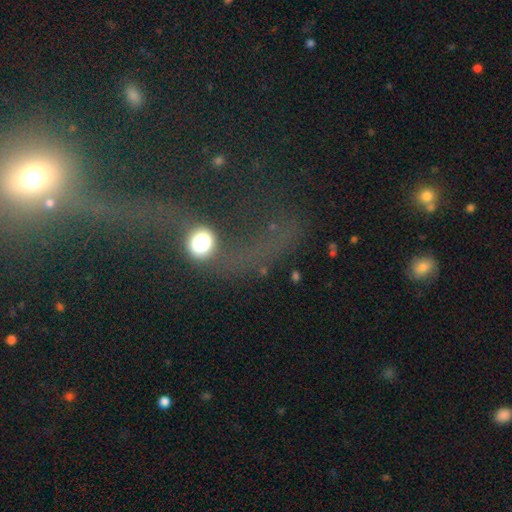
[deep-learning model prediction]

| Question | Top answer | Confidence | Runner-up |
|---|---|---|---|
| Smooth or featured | featured or disk | 43% | smooth (28%) |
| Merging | major disturbance | 37% | merger (28%) |